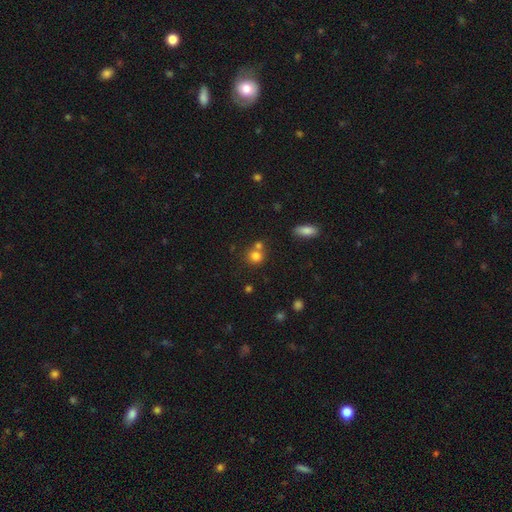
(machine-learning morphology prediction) This is likely a smooth galaxy (79%). How rounded: clearly round (83%). Merging: possibly none (52%).